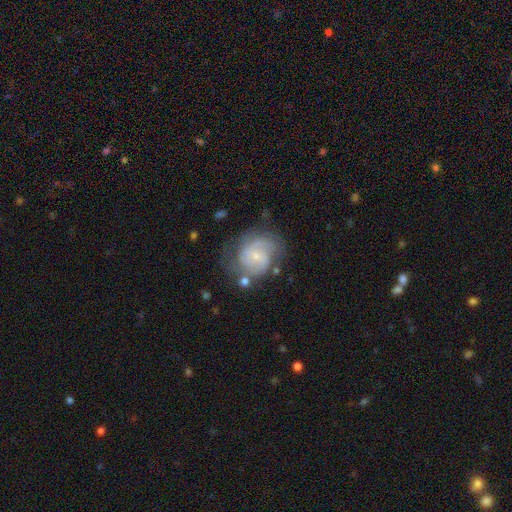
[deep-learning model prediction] Smooth or featured? featured or disk (75%)
Edge-on disk? no (98%)
Bar? no (63%)
Spiral arms? yes (91%)
Spiral winding? medium (43%, tied with tight)
Spiral arm count? 2 (39%)
Bulge size? small (77%)
Merging? none (60%)